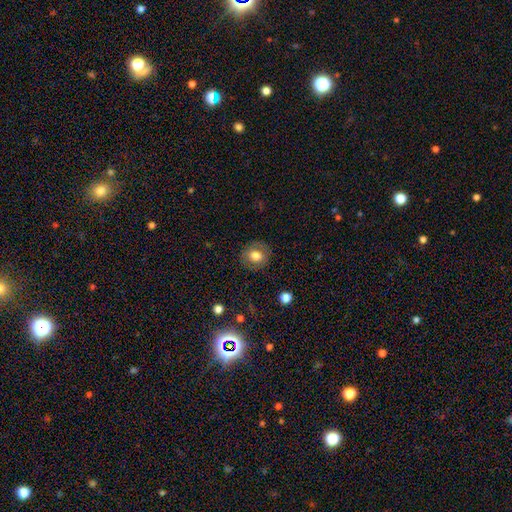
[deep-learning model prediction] Smooth or featured? smooth (72%)
How rounded? round (75%)
Merging? none (85%)